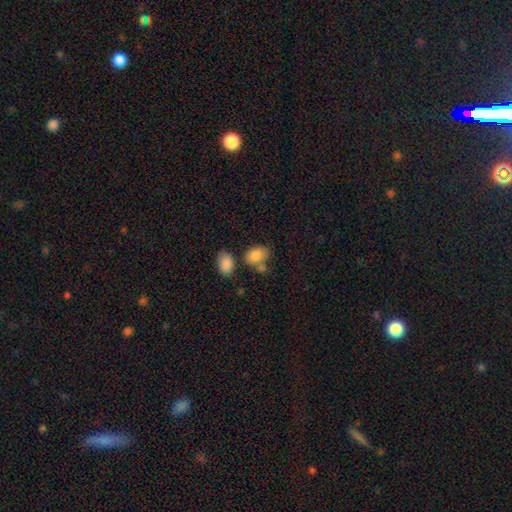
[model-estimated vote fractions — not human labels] This is clearly a smooth galaxy (85%). How rounded: likely in between (74%). Merging: possibly none (52%).